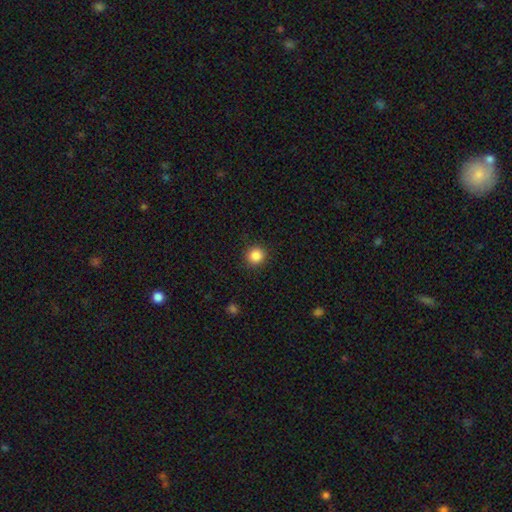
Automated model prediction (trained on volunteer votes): Morphology: type=smooth (87%); roundness=round (93%); merging=none (91%).